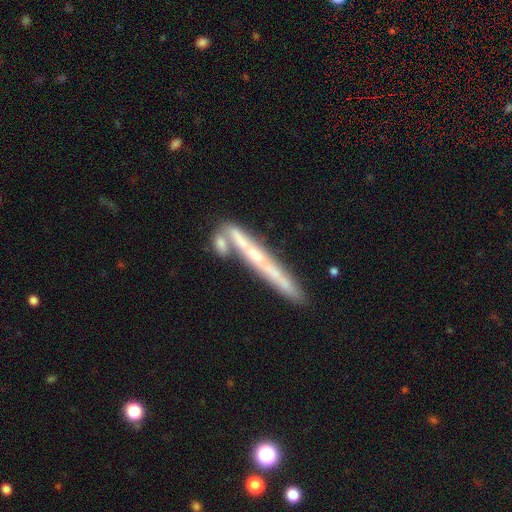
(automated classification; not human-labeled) Overall: featured or disk (66%; smooth 27%). Edge-on disk: yes (90%). Edge-on bulge: none (59%; rounded 33%). Merging: none (55%; merger 25%).